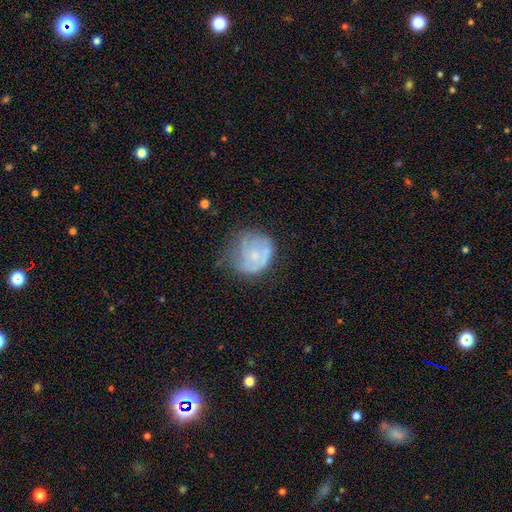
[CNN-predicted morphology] Q: Smooth or featured?
A: smooth (51%); runner-up: featured or disk (40%)
Q: How rounded?
A: round (77%); runner-up: in between (22%)
Q: Merging?
A: none (41%); runner-up: minor disturbance (34%)